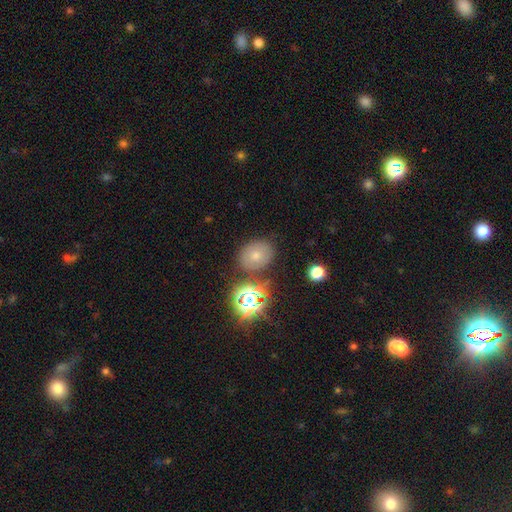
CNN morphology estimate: A smooth galaxy with no disk features (62%) that is round (54%). Merging: none (77%).